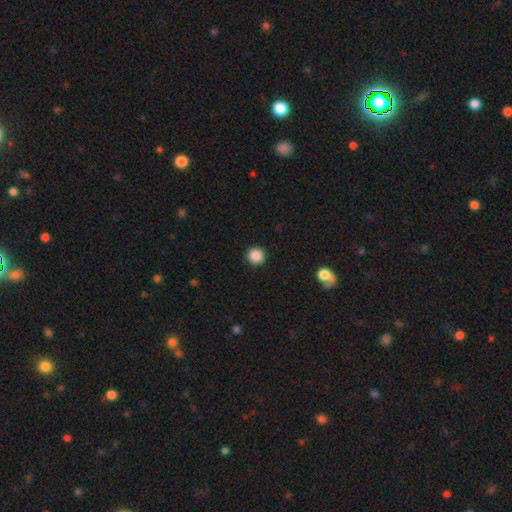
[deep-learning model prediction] The model was most divided on "smooth or featured": smooth: 88%, star or artifact: 10%, featured or disk: 3%. More confident: how rounded — round (95%); merging — none (92%).